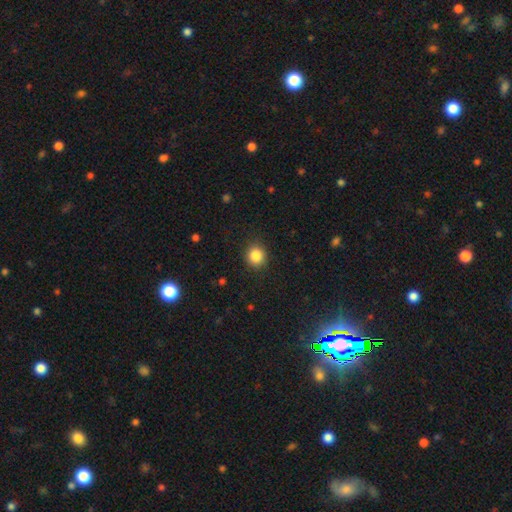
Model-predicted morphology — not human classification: This is clearly a smooth galaxy (86%). How rounded: clearly round (87%). Merging: clearly none (89%).